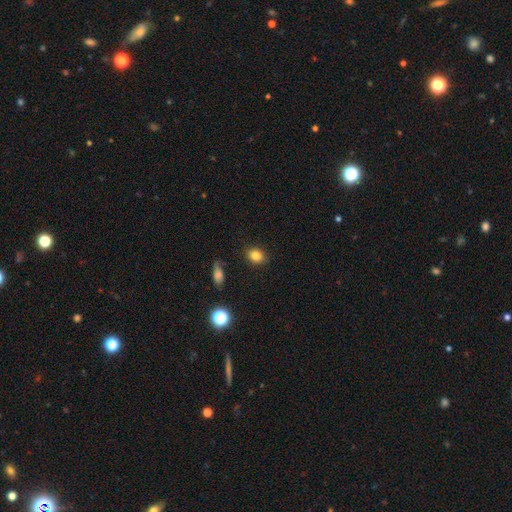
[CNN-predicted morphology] Smooth or featured?
  - smooth: 83% *
  - star or artifact: 11%
  - featured or disk: 6%
How rounded?
  - in between: 53% *
  - round: 46%
  - cigar-shaped: 1%
Merging?
  - none: 86% *
  - minor disturbance: 10%
  - major disturbance: 3%
  - merger: 2%